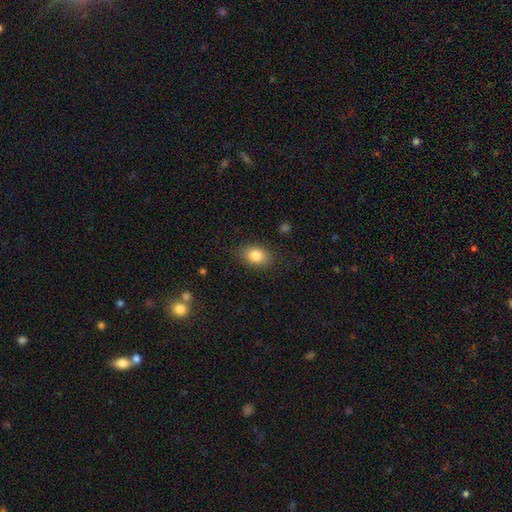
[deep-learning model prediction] Q: Smooth or featured?
A: smooth (83%); runner-up: star or artifact (8%)
Q: How rounded?
A: in between (78%); runner-up: round (20%)
Q: Merging?
A: none (84%); runner-up: minor disturbance (12%)